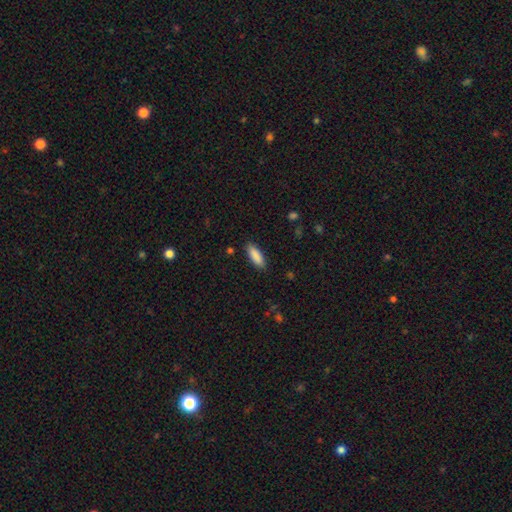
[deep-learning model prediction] smooth_or_featured: smooth (p=0.89) [alt: star or artifact p=0.06]
how_rounded: in between (p=0.64) [alt: cigar-shaped p=0.35]
merging: none (p=0.88) [alt: minor disturbance p=0.09]